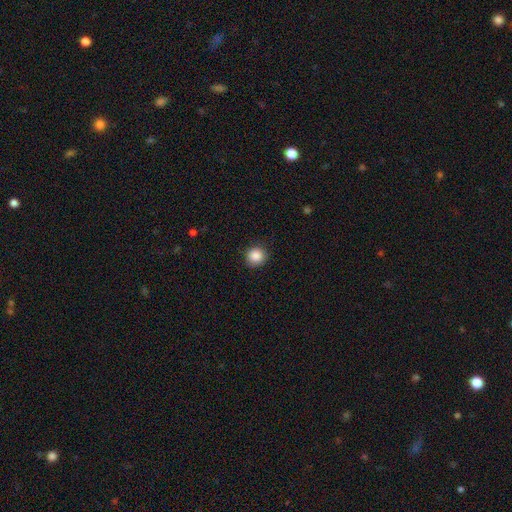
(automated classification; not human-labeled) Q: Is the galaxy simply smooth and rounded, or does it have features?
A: smooth — 87%.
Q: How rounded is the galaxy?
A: round — 91%.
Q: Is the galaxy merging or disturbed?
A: none — 89%.